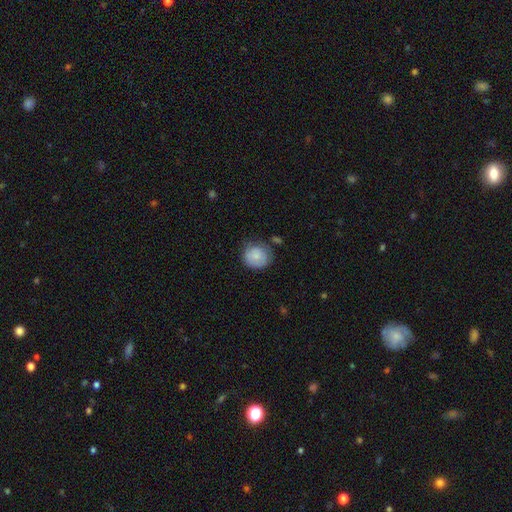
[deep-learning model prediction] Q: Smooth or featured?
A: smooth (81%); runner-up: featured or disk (12%)
Q: How rounded?
A: round (86%); runner-up: in between (13%)
Q: Merging?
A: none (69%); runner-up: minor disturbance (22%)